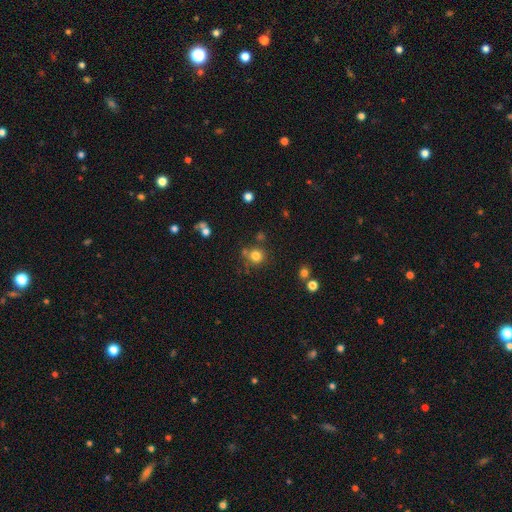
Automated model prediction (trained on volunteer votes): A smooth galaxy with no disk features (79%) that is round (91%). Merging: none (74%).